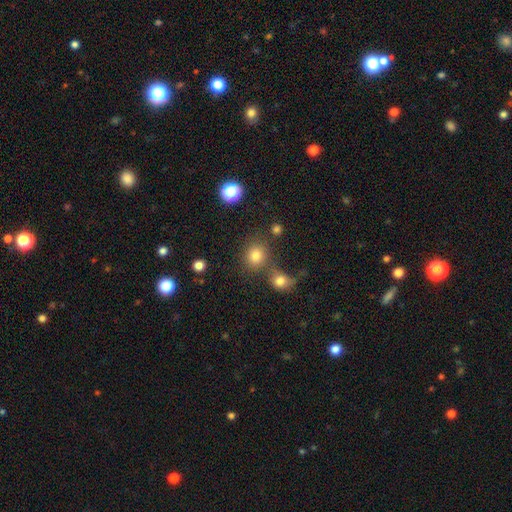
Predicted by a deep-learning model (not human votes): Smooth or featured: smooth — 80% (star or artifact — 14%)
How rounded: round — 81% (in between — 18%)
Merging: none — 66% (merger — 20%)